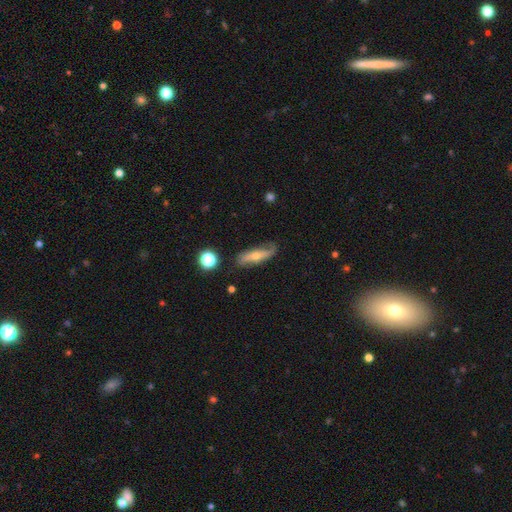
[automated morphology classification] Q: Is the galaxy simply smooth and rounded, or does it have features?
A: featured or disk — 56%.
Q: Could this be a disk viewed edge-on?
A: no — 69%.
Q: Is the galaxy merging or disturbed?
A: none — 62%.